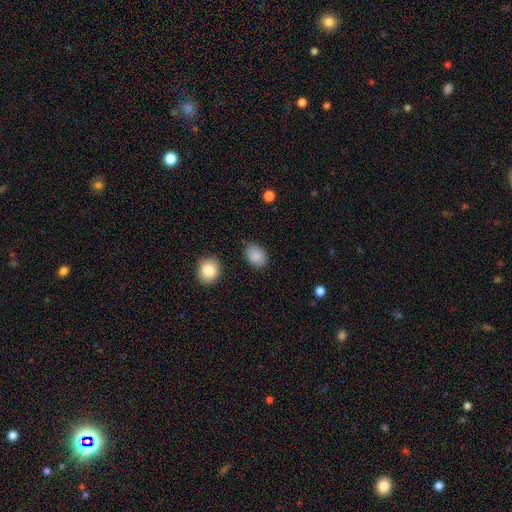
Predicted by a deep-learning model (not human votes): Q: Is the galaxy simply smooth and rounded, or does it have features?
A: smooth — 88%.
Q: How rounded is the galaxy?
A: in between — 80%.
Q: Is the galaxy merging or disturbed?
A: none — 84%.